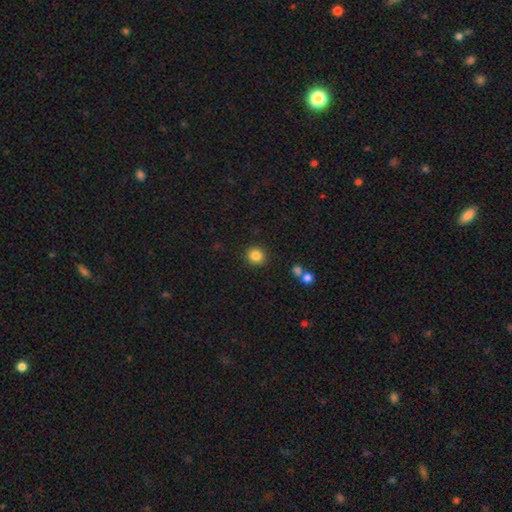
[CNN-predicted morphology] A smooth galaxy with no disk features (84%) that is round (88%).

Vote fractions:
- Smooth or featured? smooth: 84% / star or artifact: 11% / featured or disk: 5%
- How rounded? round: 88% / in between: 11% / cigar-shaped: 1%
- Merging? none: 90% / minor disturbance: 6% / major disturbance: 2% / merger: 2%